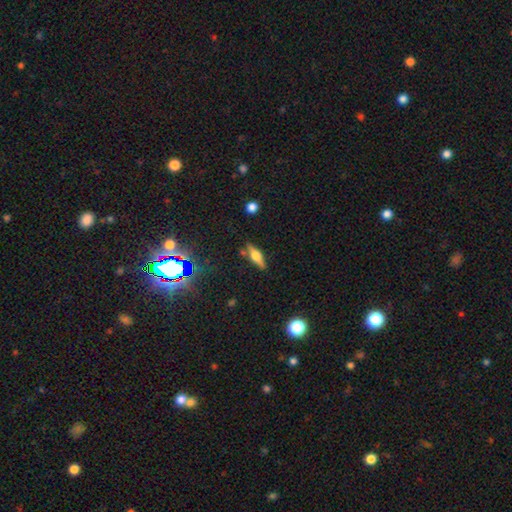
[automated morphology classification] Q: Smooth or featured?
A: featured or disk (52%); runner-up: smooth (37%)
Q: Edge-on disk?
A: yes (91%); runner-up: no (9%)
Q: Merging?
A: none (80%); runner-up: minor disturbance (13%)